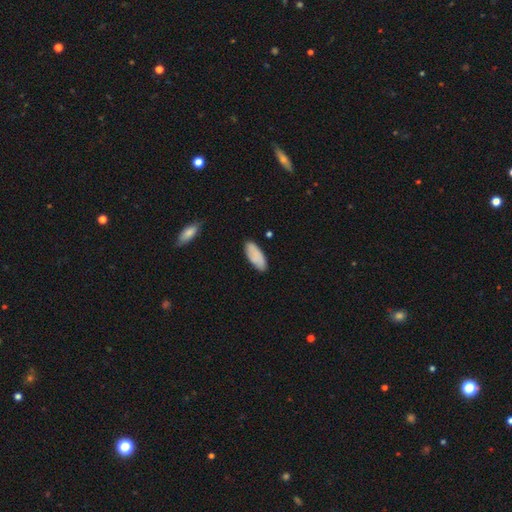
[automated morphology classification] Q: Smooth or featured?
A: smooth (85%); runner-up: featured or disk (9%)
Q: How rounded?
A: in between (82%); runner-up: cigar-shaped (17%)
Q: Merging?
A: none (82%); runner-up: minor disturbance (14%)